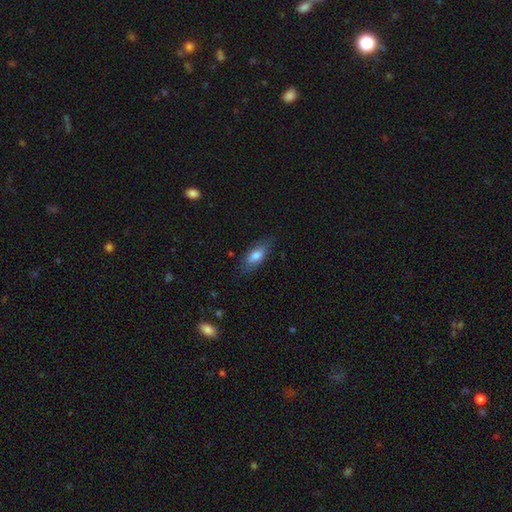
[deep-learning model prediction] A smooth galaxy with no disk features (76%) that is in between round and cigar-shaped (77%). Merging: none (77%).